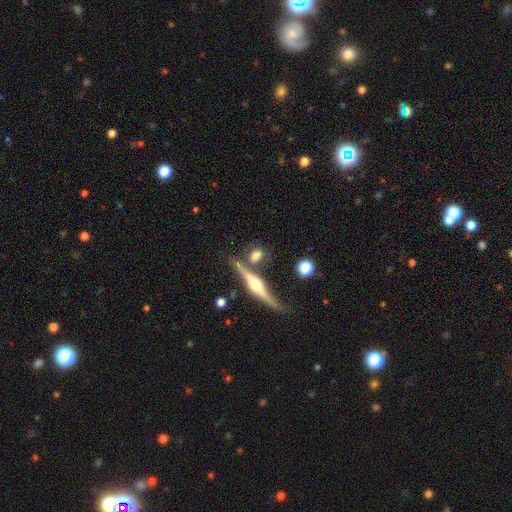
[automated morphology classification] Smooth or featured? Predicted: smooth (p=0.49). Merging? Predicted: none (p=0.69).